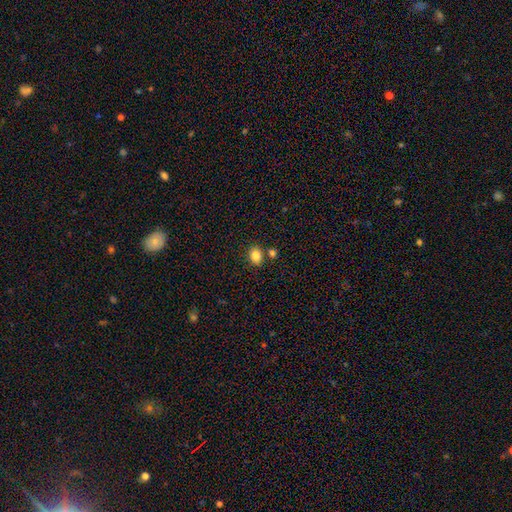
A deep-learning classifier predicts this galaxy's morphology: Smooth or featured: smooth — 85% (star or artifact — 10%)
How rounded: in between — 54% (round — 45%)
Merging: none — 76% (merger — 12%)